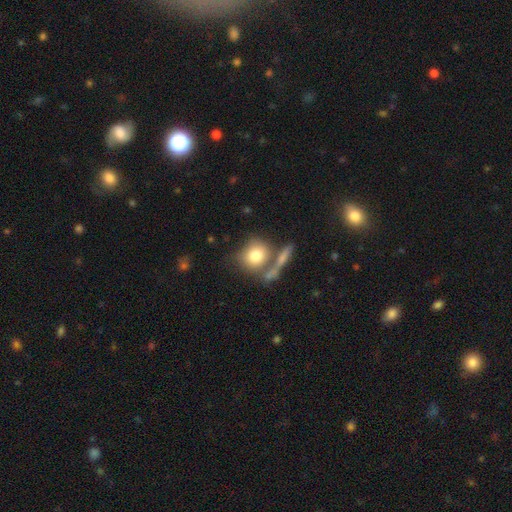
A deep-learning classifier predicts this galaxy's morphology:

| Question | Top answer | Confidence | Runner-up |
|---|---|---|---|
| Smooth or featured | smooth | 77% | featured or disk (15%) |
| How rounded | round | 79% | in between (19%) |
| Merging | none | 52% | merger (27%) |